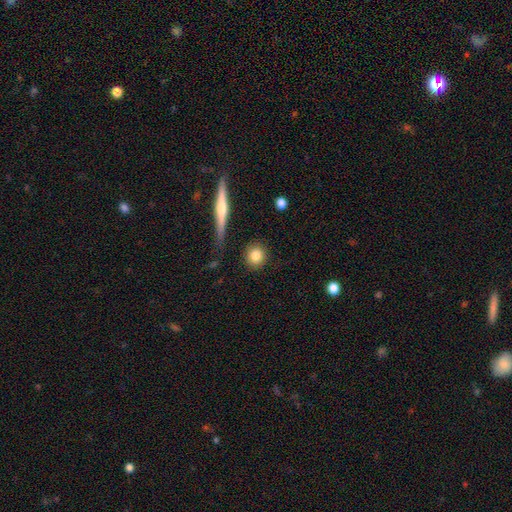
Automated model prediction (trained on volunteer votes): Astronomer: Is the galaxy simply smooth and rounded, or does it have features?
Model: smooth — 81%.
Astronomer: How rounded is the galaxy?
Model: round — 89%.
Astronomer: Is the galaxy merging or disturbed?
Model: none — 88%.